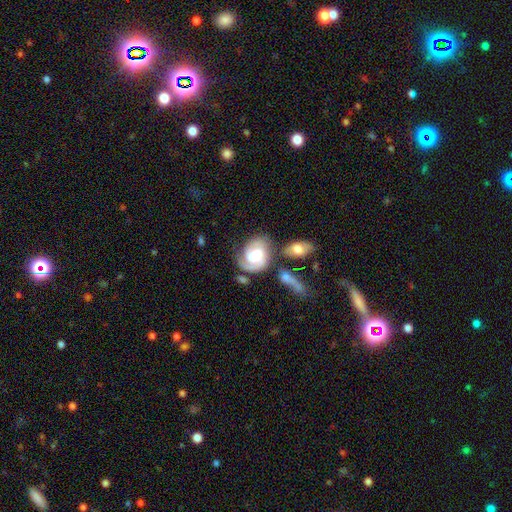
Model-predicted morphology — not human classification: A featured or disk galaxy (71%) with no bar (51%), 2 (49%) tight (50%) spiral arms (91%) and a moderate central bulge (55%).

Vote fractions:
- Smooth or featured? featured or disk: 71% / smooth: 23% / star or artifact: 6%
- Edge-on disk? no: 97% / yes: 3%
- Bar? no: 51% / weak: 40% / strong: 10%
- Spiral arms? yes: 91% / no: 9%
- Spiral winding? tight: 50% / medium: 36% / loose: 14%
- Spiral arm count? 2: 49% / 1: 33% / can't tell: 11% / 3: 4% / 4: 1% / more than 4: 1%
- Bulge size? moderate: 55% / large: 27% / small: 11% / none: 4% / dominant: 3%
- Merging? none: 51% / minor disturbance: 21% / major disturbance: 14% / merger: 14%